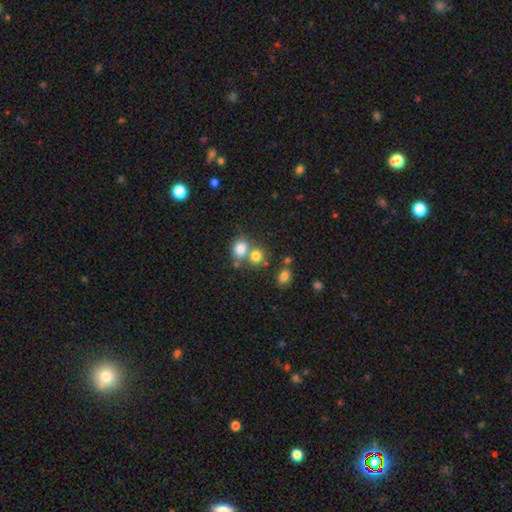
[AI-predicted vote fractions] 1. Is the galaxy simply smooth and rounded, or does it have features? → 78% smooth, 12% star or artifact, 9% featured or disk.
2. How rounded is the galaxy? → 74% round, 25% in between, 1% cigar-shaped.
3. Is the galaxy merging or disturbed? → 45% none, 43% merger, 8% minor disturbance, 4% major disturbance.